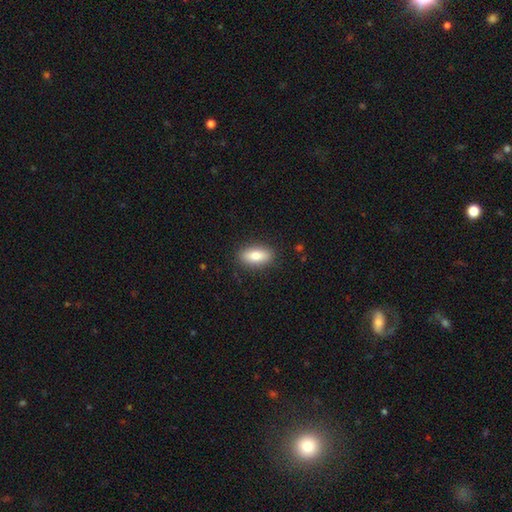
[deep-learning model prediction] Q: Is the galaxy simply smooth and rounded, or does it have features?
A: smooth — 81%.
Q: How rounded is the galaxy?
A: in between — 85%.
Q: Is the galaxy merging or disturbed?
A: none — 88%.